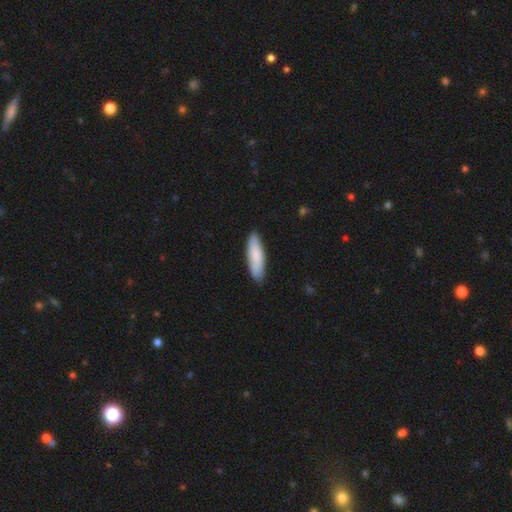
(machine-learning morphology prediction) Overall: smooth (84%). How rounded: cigar-shaped (58%; in between 41%). Merging: none (87%).